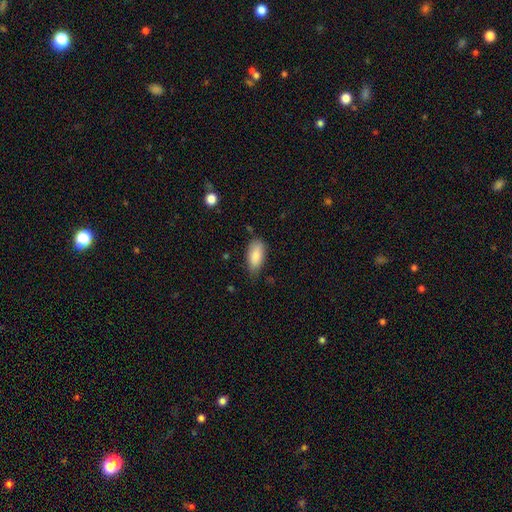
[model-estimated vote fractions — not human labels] Smooth or featured? smooth (85%)
How rounded? in between (89%)
Merging? none (68%)